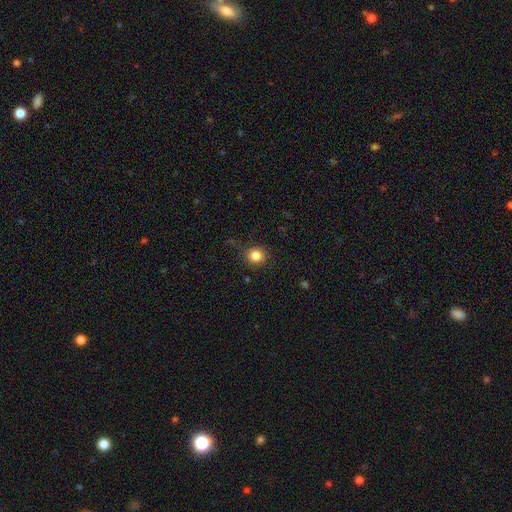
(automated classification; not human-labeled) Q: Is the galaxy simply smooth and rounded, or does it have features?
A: smooth — 83%.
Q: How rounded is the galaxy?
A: round — 89%.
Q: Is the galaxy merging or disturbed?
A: none — 81%.